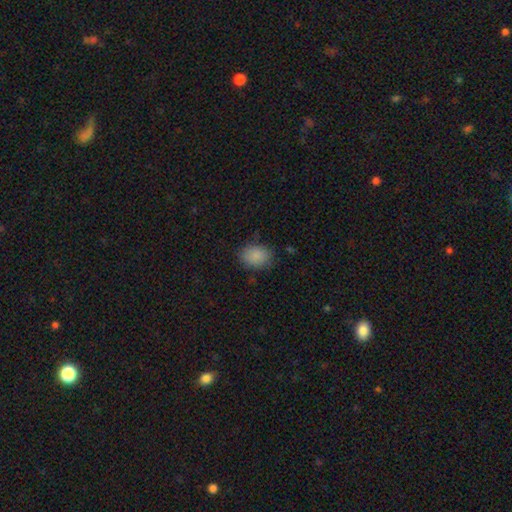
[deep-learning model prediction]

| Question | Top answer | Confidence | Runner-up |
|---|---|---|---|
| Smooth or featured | smooth | 86% | star or artifact (9%) |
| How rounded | in between | 60% | round (39%) |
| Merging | none | 79% | minor disturbance (16%) |